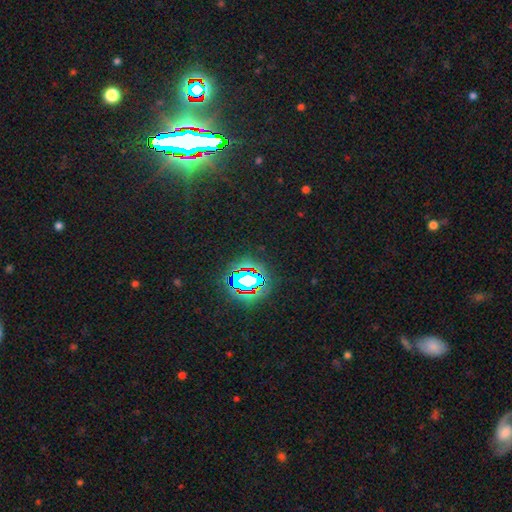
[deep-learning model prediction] Smooth or featured? Predicted: star or artifact (p=0.84).